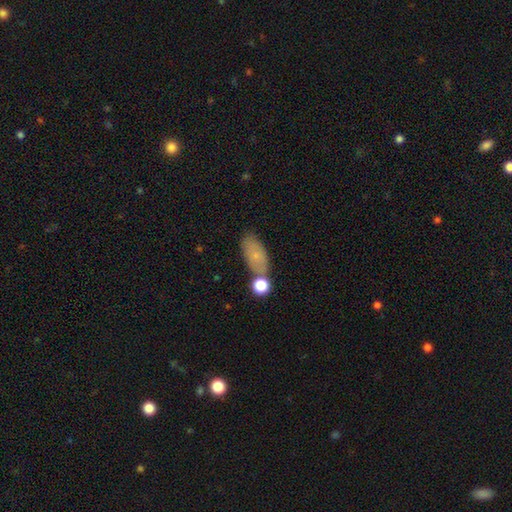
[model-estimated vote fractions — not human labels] Smooth or featured? Predicted: smooth (p=0.73). How rounded? Predicted: in between (p=0.84). Merging? Predicted: none (p=0.63).